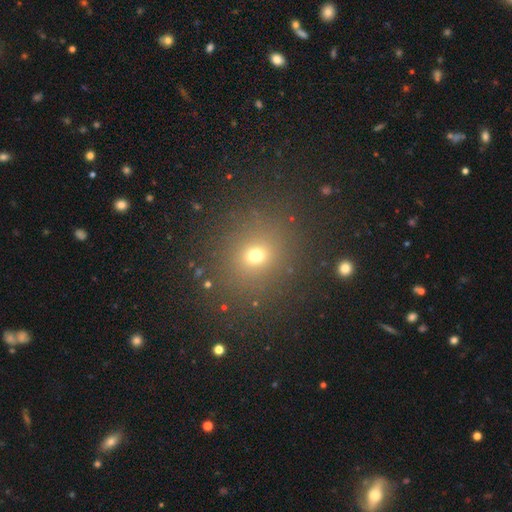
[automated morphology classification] Smooth or featured?
  - smooth: 67% *
  - star or artifact: 25%
  - featured or disk: 8%
How rounded?
  - round: 75% *
  - in between: 24%
  - cigar-shaped: 1%
Merging?
  - none: 85% *
  - minor disturbance: 8%
  - major disturbance: 4%
  - merger: 2%